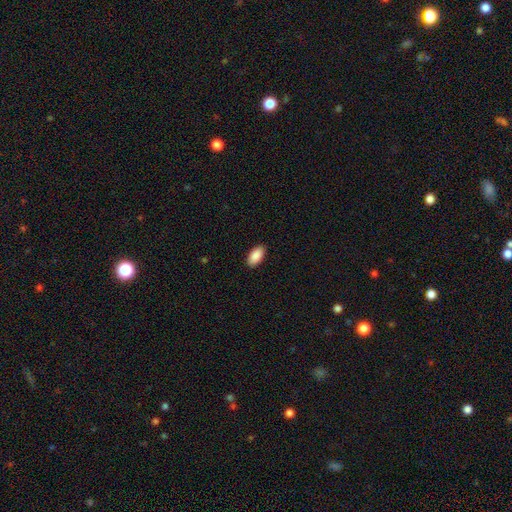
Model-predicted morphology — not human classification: Overall: smooth (90%). How rounded: in between (94%). Merging: none (90%).